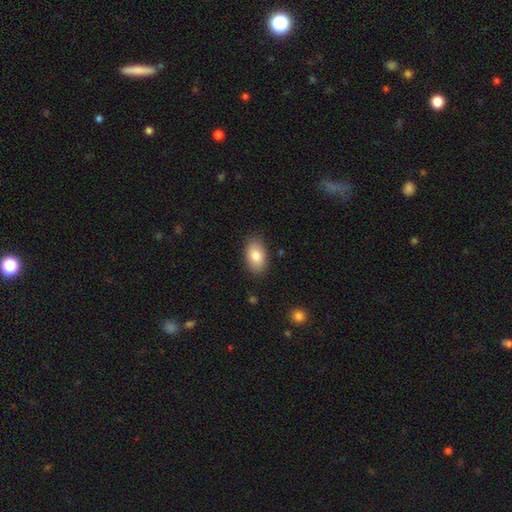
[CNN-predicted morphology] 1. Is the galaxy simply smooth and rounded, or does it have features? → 82% smooth, 11% featured or disk, 7% star or artifact.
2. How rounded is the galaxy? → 92% in between, 6% round, 1% cigar-shaped.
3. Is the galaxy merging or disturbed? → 85% none, 11% minor disturbance, 3% major disturbance, 1% merger.